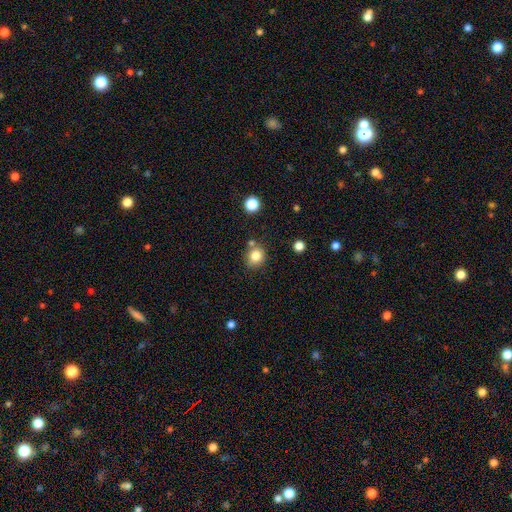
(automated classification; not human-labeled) smooth-or-featured: smooth: 82% | star or artifact: 11% | featured or disk: 7%
  how-rounded: round: 76% | in between: 23% | cigar-shaped: 1%
  merging: none: 74% | minor disturbance: 12% | merger: 11% | major disturbance: 3%